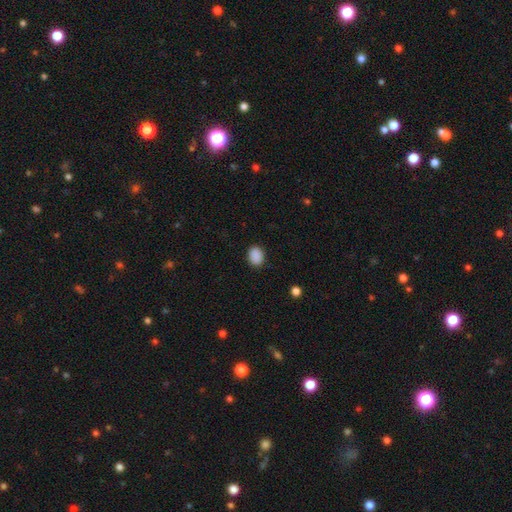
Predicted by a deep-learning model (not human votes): Smooth or featured? smooth (89%)
How rounded? in between (66%)
Merging? none (87%)